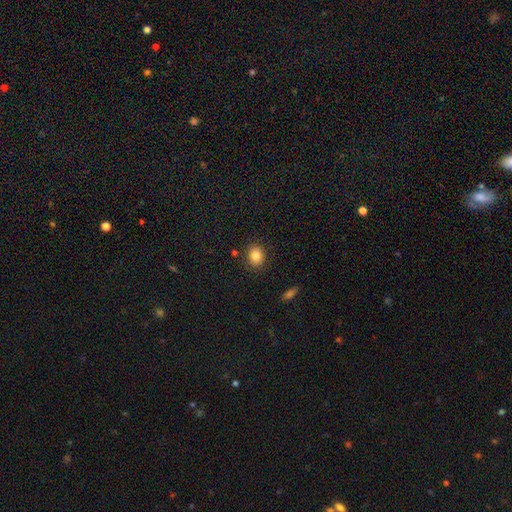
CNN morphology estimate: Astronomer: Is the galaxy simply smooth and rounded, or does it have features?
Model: smooth — 83%.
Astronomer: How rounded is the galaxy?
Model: round — 59% (runner-up: in between, 40%).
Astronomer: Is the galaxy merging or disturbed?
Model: none — 86%.